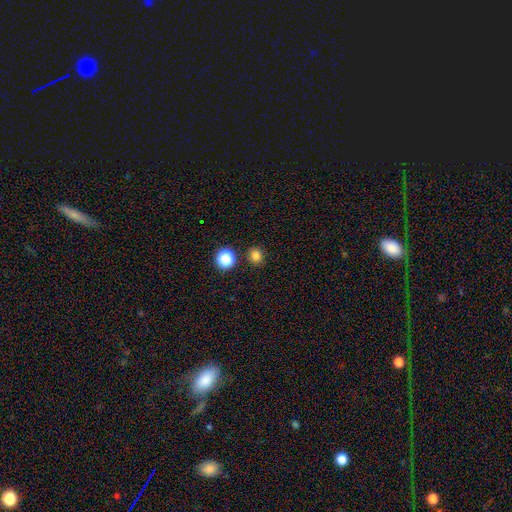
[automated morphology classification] type=smooth (80%); roundness=round (84%); merging=none (87%).